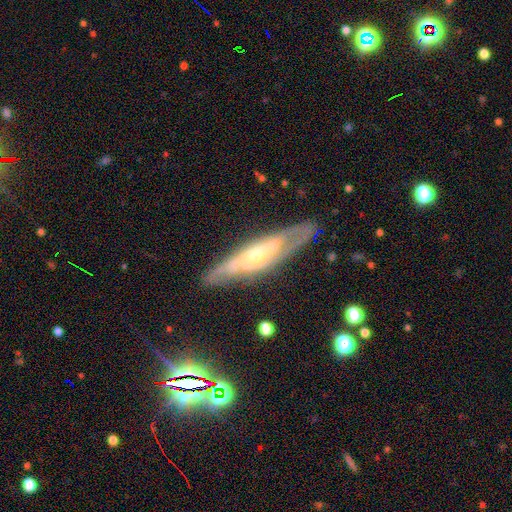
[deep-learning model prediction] This is likely a featured or disk galaxy (79%). It is likely not viewed edge-on (62%). Merging: likely none (78%).